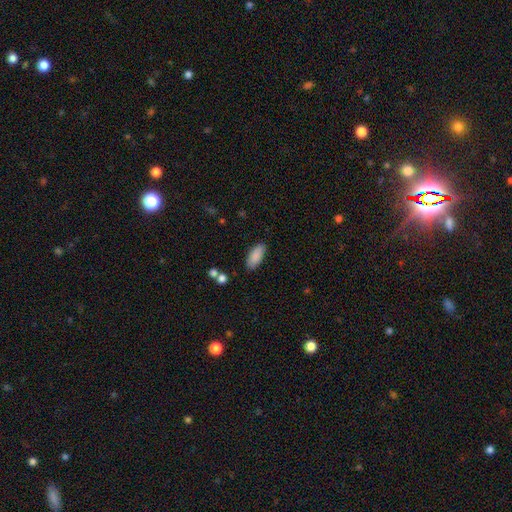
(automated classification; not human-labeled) Smooth or featured? Predicted: smooth (p=0.88). How rounded? Predicted: in between (p=0.83). Merging? Predicted: none (p=0.86).